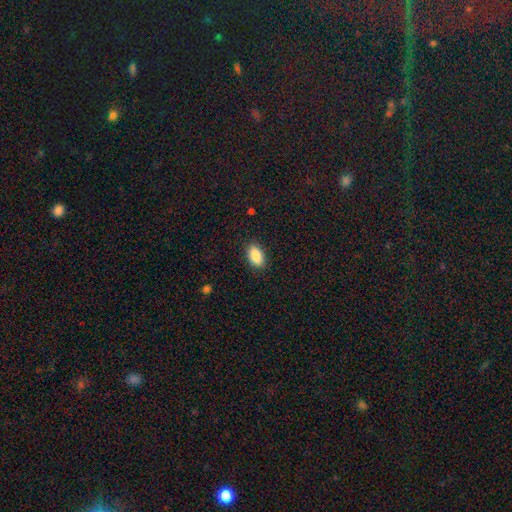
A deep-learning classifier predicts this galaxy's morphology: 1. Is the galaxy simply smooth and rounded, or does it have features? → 88% smooth, 7% star or artifact, 5% featured or disk.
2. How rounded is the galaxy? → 90% in between, 6% cigar-shaped, 4% round.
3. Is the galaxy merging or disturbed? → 87% none, 9% minor disturbance, 2% major disturbance, 1% merger.